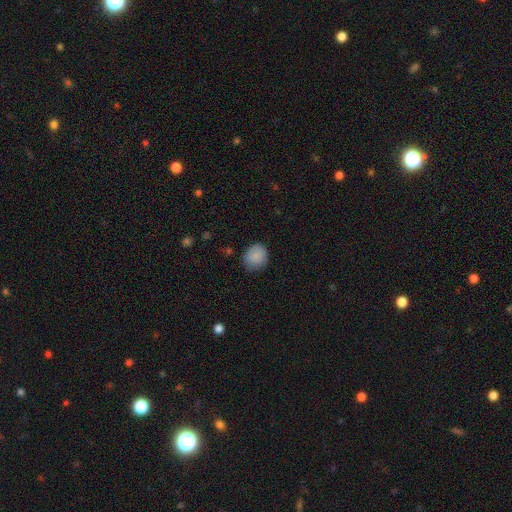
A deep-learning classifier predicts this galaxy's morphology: The model was most divided on "how rounded": round: 76%, in between: 24%, cigar-shaped: 1%. More confident: smooth or featured — smooth (86%); merging — none (78%).